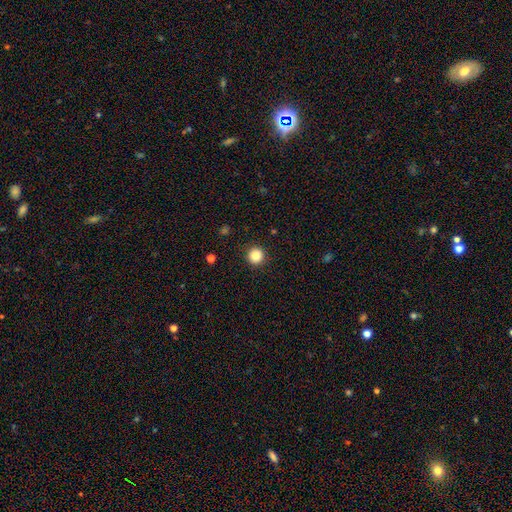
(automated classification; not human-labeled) The model was most divided on "smooth or featured": smooth: 86%, star or artifact: 10%, featured or disk: 4%. More confident: how rounded — round (96%); merging — none (92%).